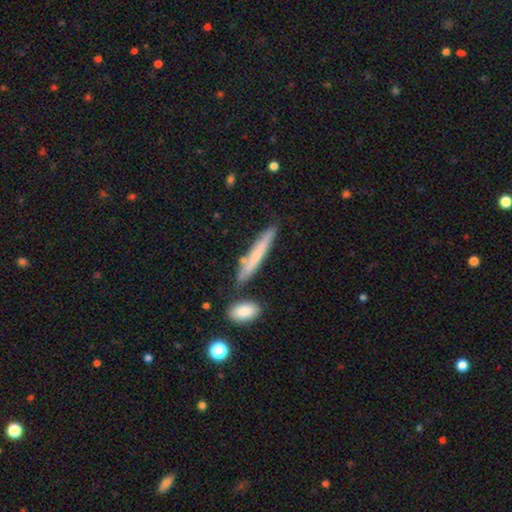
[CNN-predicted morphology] This is likely a smooth galaxy (61%). How rounded: clearly cigar-shaped (93%). Merging: likely none (75%).